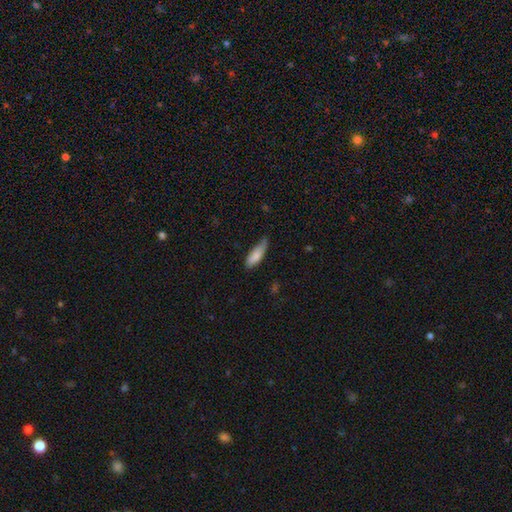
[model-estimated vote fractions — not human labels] smooth_or_featured: smooth (p=0.83) [alt: featured or disk p=0.11]
how_rounded: in between (p=0.56) [alt: cigar-shaped p=0.42]
merging: none (p=0.57) [alt: minor disturbance p=0.35]